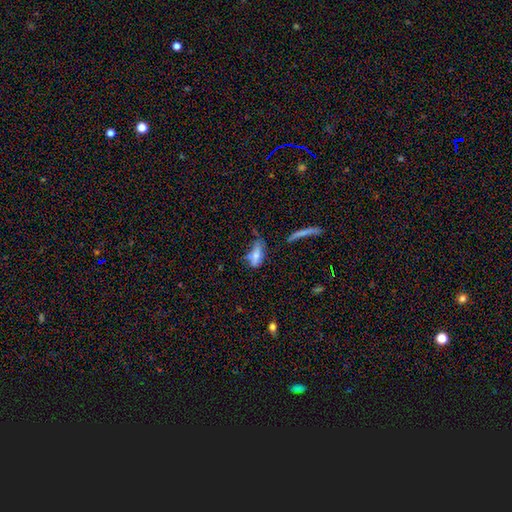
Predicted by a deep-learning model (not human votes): Overall: smooth (66%). How rounded: in between (76%). Merging: none (33%; minor disturbance 31%).